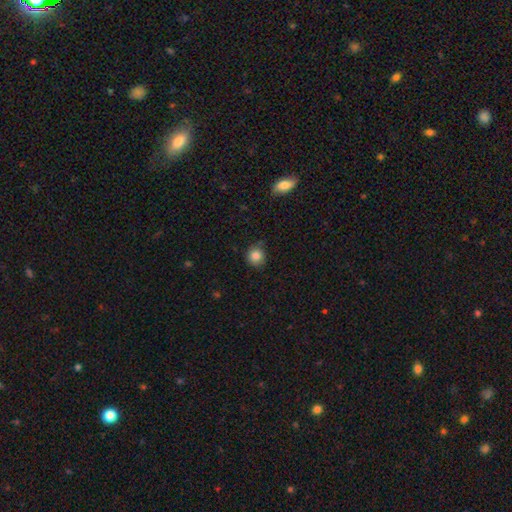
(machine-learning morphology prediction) This is clearly a smooth galaxy (84%). How rounded: clearly round (89%). Merging: clearly none (83%).